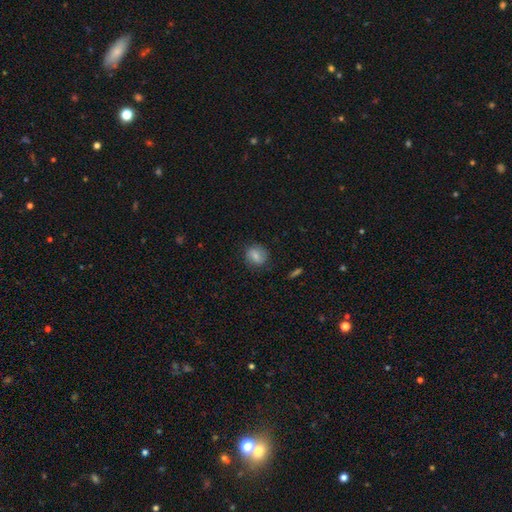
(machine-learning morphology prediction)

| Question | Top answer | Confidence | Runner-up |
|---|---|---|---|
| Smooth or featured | smooth | 69% | featured or disk (22%) |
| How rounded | round | 78% | in between (20%) |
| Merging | none | 81% | minor disturbance (13%) |